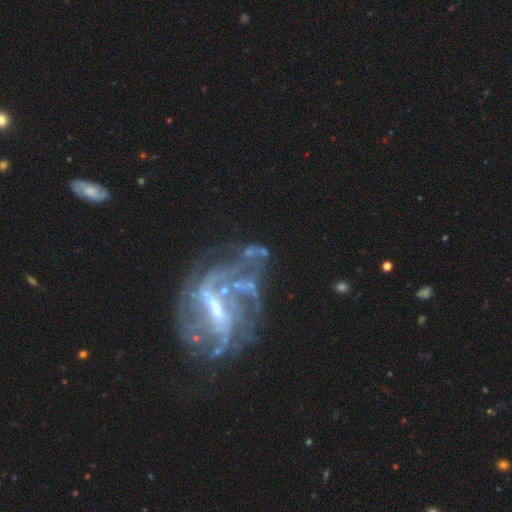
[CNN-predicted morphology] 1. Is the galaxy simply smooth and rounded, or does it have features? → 78% featured or disk, 13% star or artifact, 9% smooth.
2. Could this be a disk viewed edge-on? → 96% no, 4% yes.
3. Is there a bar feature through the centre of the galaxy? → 38% strong, 37% weak, 24% no.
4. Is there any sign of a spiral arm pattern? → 79% yes, 21% no.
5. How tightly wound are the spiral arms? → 40% medium, 32% loose, 28% tight.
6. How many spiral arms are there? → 34% can't tell, 26% 2, 16% 3, 9% 4, 8% 1, 7% more than 4.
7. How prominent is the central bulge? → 39% small, 33% moderate, 23% none, 4% large, 2% dominant.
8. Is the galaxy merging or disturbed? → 42% none, 31% major disturbance, 16% minor disturbance, 11% merger.